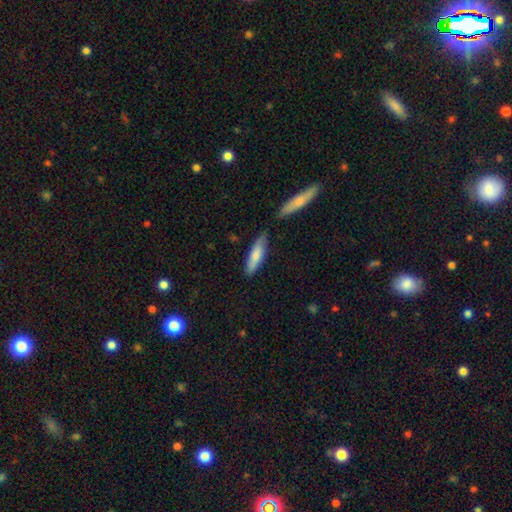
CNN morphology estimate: Smooth or featured?
  - smooth: 76% *
  - featured or disk: 18%
  - star or artifact: 5%
How rounded?
  - cigar-shaped: 62% *
  - in between: 36%
  - round: 2%
Merging?
  - none: 68% *
  - minor disturbance: 19%
  - merger: 9%
  - major disturbance: 4%